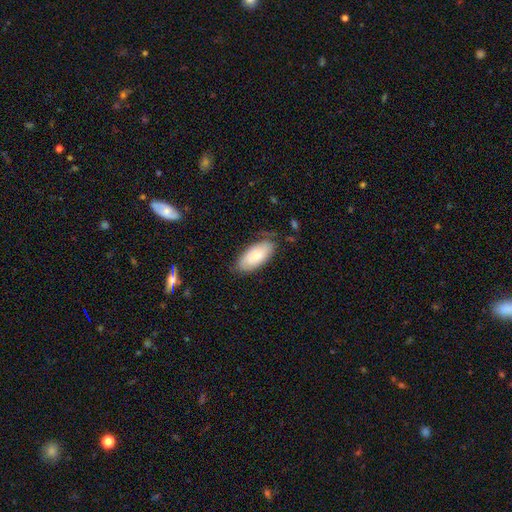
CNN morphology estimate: smooth 68%, featured or disk 26%, star or artifact 6%. Down the decision tree: how rounded — in between (91%); merging — none (71%).